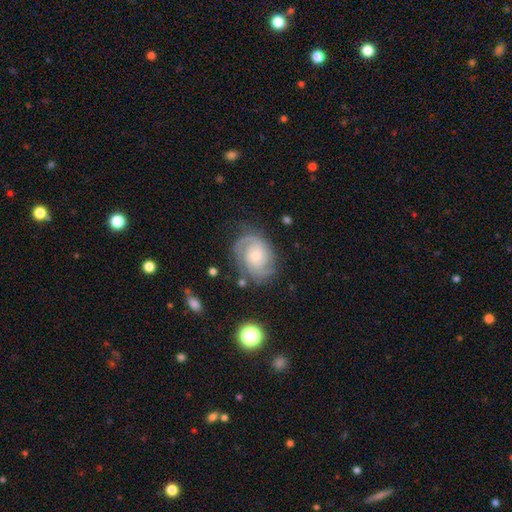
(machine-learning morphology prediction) Smooth or featured: featured or disk — 86% (smooth — 9%)
Edge-on disk: no — 98% (yes — 2%)
Bar: no — 65% (weak — 30%)
Spiral arms: yes — 97% (no — 3%)
Spiral winding: tight — 58% (medium — 35%)
Spiral arm count: 2 — 63% (3 — 15%)
Bulge size: small — 56% (moderate — 33%)
Merging: none — 75% (minor disturbance — 16%)